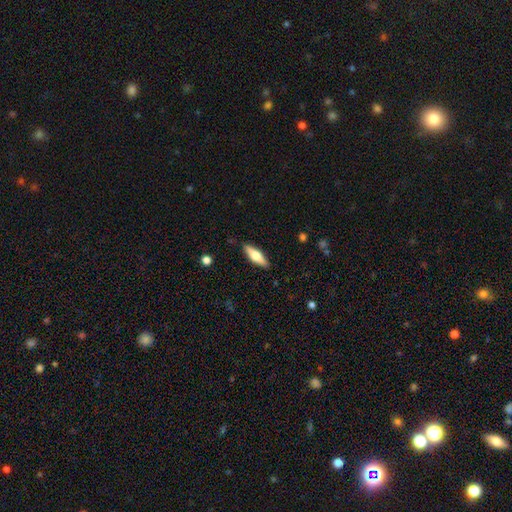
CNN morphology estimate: The model was most divided on "smooth or featured": featured or disk: 50%, smooth: 45%, star or artifact: 6%. More confident: merging — none (88%).